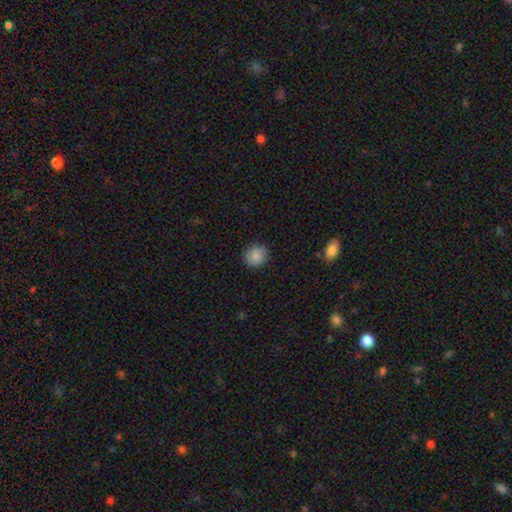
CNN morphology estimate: Overall: smooth (87%). How rounded: round (86%). Merging: none (88%).